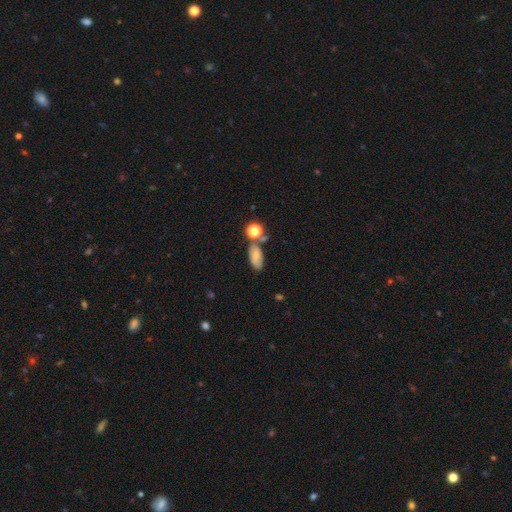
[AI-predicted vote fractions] smooth-or-featured: smooth: 66% | featured or disk: 22% | star or artifact: 11%
  how-rounded: in between: 86% | round: 8% | cigar-shaped: 6%
  merging: none: 55% | minor disturbance: 19% | merger: 19% | major disturbance: 7%